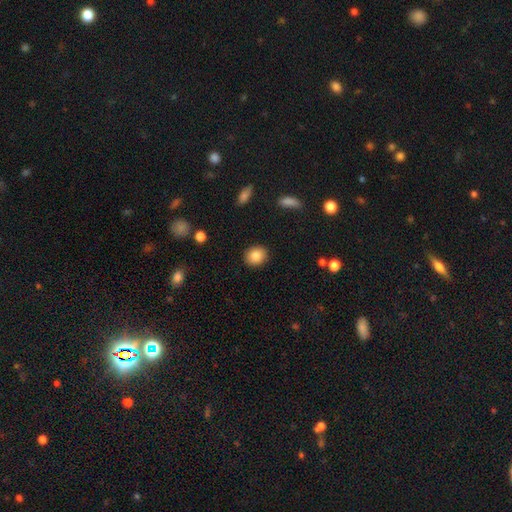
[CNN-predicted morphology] Smooth or featured?
  - smooth: 86% *
  - star or artifact: 8%
  - featured or disk: 5%
How rounded?
  - round: 66% *
  - in between: 33%
  - cigar-shaped: 1%
Merging?
  - none: 90% *
  - minor disturbance: 7%
  - major disturbance: 2%
  - merger: 1%